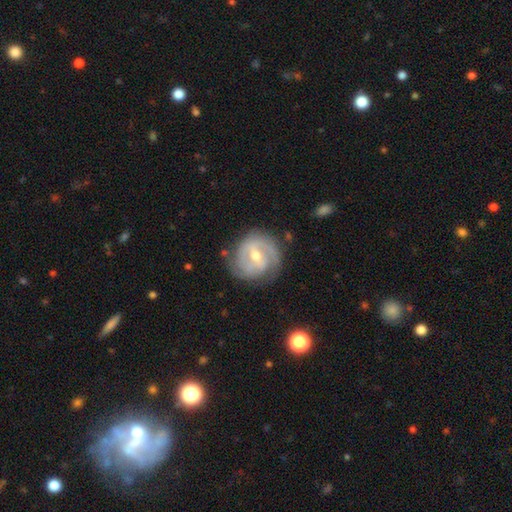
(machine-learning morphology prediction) smooth_or_featured: featured or disk (p=0.83) [alt: smooth p=0.12]
disk_edge_on: no (p=0.97) [alt: yes p=0.03]
bar: weak (p=0.52) [alt: strong p=0.29]
has_spiral_arms: yes (p=0.92) [alt: no p=0.08]
spiral_winding: tight (p=0.55) [alt: medium p=0.34]
spiral_arm_count: 2 (p=0.49) [alt: can't tell p=0.23]
bulge_size: moderate (p=0.58) [alt: small p=0.39]
merging: none (p=0.74) [alt: minor disturbance p=0.17]